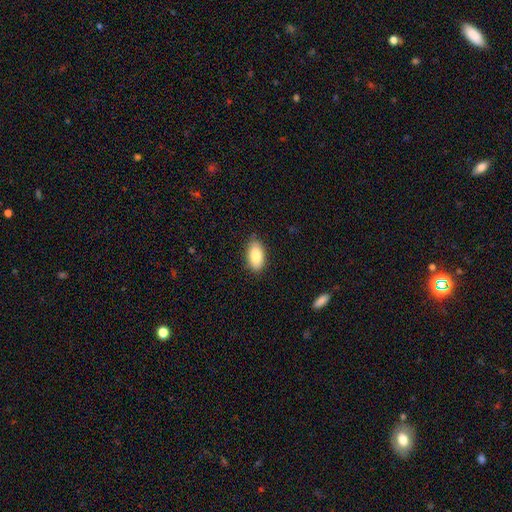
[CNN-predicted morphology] A smooth galaxy with no disk features (84%) that is in between round and cigar-shaped (93%).

Vote fractions:
- Smooth or featured? smooth: 84% / featured or disk: 9% / star or artifact: 7%
- How rounded? in between: 93% / round: 4% / cigar-shaped: 3%
- Merging? none: 85% / minor disturbance: 12% / major disturbance: 2% / merger: 1%